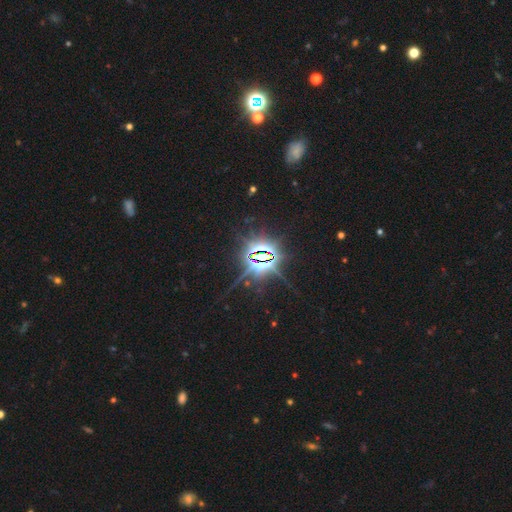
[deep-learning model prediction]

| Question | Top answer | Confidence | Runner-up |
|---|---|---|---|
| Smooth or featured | star or artifact | 86% | featured or disk (8%) |